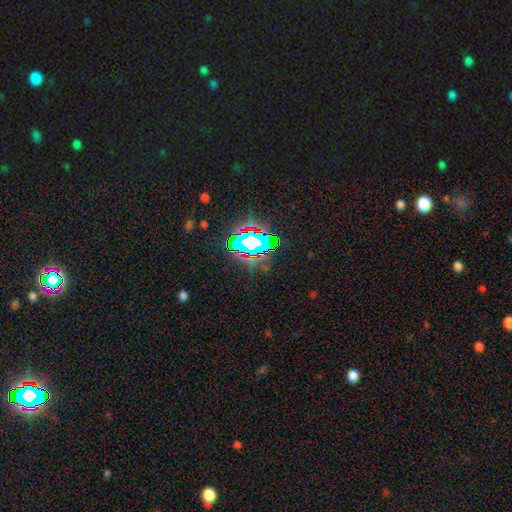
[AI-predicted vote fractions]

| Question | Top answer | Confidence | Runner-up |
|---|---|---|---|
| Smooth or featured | star or artifact | 79% | smooth (13%) |